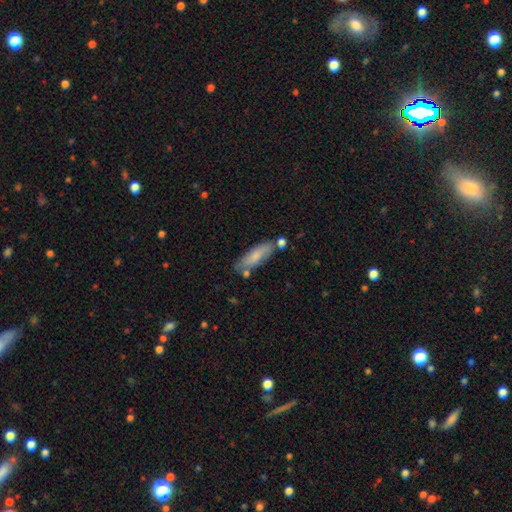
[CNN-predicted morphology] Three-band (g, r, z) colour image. It shows a smooth galaxy with no disk features (70%) that is in between round and cigar-shaped (52%). Merging: none (68%).